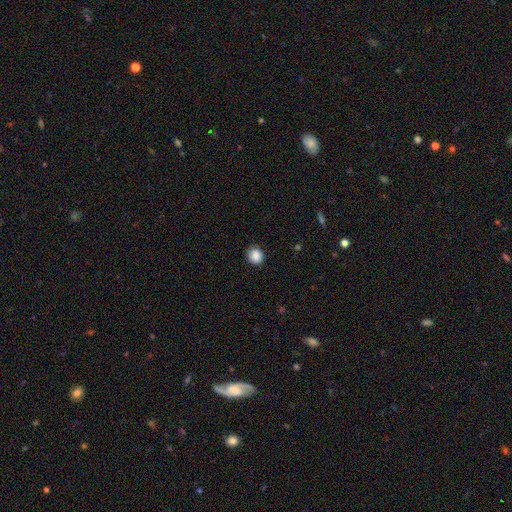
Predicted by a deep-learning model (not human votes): This appears to be a smooth galaxy with no disk features (88%) that is round (77%). Merging: none (87%).